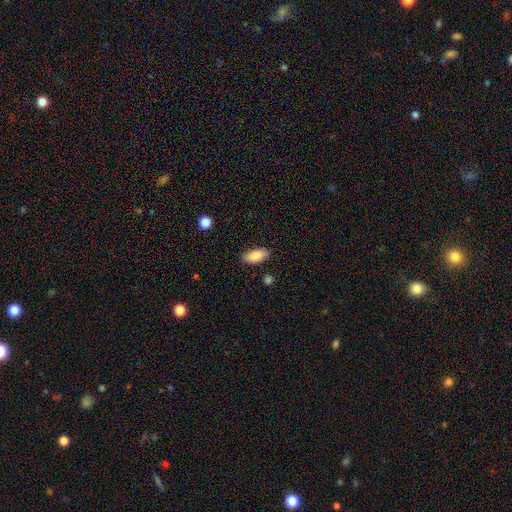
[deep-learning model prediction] A smooth galaxy with no disk features (86%) that is in between round and cigar-shaped (89%).

Vote fractions:
- Smooth or featured? smooth: 86% / featured or disk: 7% / star or artifact: 7%
- How rounded? in between: 89% / cigar-shaped: 9% / round: 2%
- Merging? none: 87% / minor disturbance: 10% / major disturbance: 2% / merger: 2%